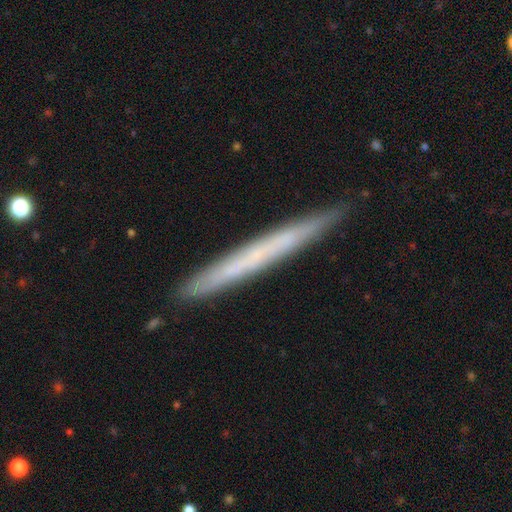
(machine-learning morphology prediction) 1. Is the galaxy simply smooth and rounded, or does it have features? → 49% featured or disk, 45% smooth, 6% star or artifact.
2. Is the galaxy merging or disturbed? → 88% none, 9% minor disturbance, 1% major disturbance, 1% merger.